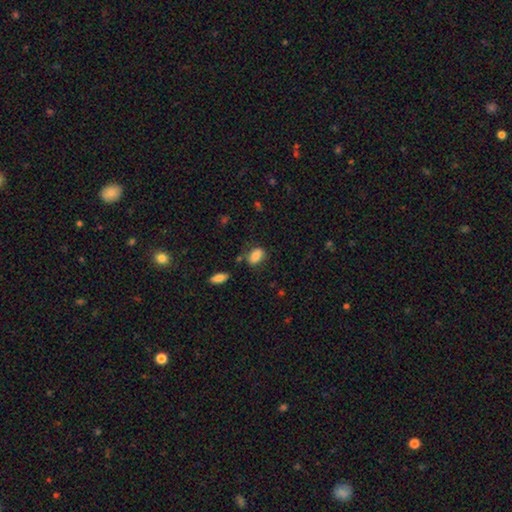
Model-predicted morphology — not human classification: Q: Smooth or featured?
A: smooth (83%); runner-up: featured or disk (9%)
Q: How rounded?
A: in between (86%); runner-up: round (12%)
Q: Merging?
A: none (70%); runner-up: minor disturbance (19%)